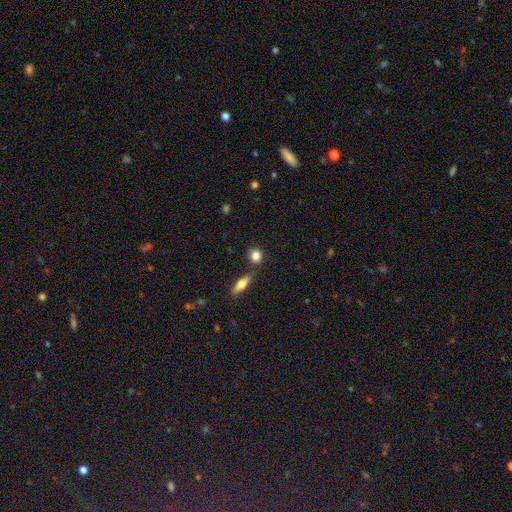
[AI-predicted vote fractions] smooth-or-featured: smooth: 83% | star or artifact: 9% | featured or disk: 8%
  how-rounded: round: 77% | in between: 19% | cigar-shaped: 4%
  merging: none: 78% | minor disturbance: 11% | merger: 9% | major disturbance: 3%